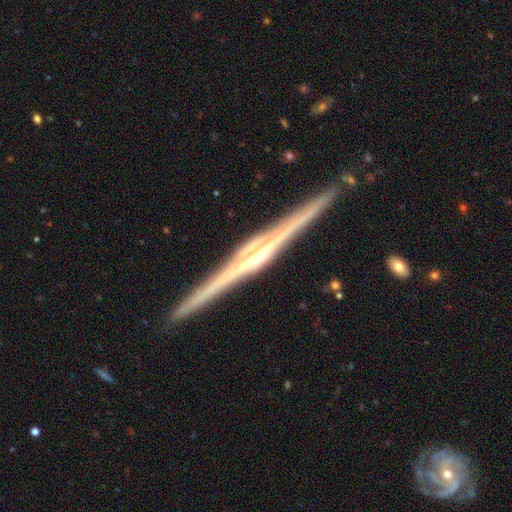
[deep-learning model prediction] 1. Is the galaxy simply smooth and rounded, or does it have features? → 88% featured or disk, 7% smooth, 5% star or artifact.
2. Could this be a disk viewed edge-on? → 99% yes, 1% no.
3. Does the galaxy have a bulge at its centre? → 60% rounded, 22% boxy, 18% none.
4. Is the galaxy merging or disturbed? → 92% none, 6% minor disturbance, 1% major disturbance, 1% merger.